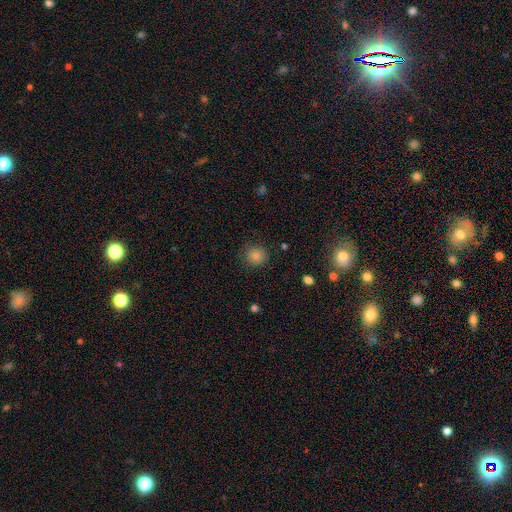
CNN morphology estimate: The model was most divided on "smooth or featured": smooth: 84%, star or artifact: 12%, featured or disk: 4%. More confident: how rounded — round (90%); merging — none (85%).